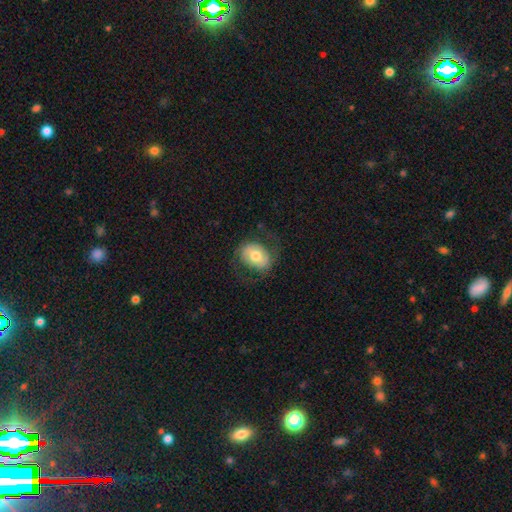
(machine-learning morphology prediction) Smooth or featured? Predicted: smooth (p=0.51). How rounded? Predicted: in between (p=0.57). Merging? Predicted: none (p=0.68).